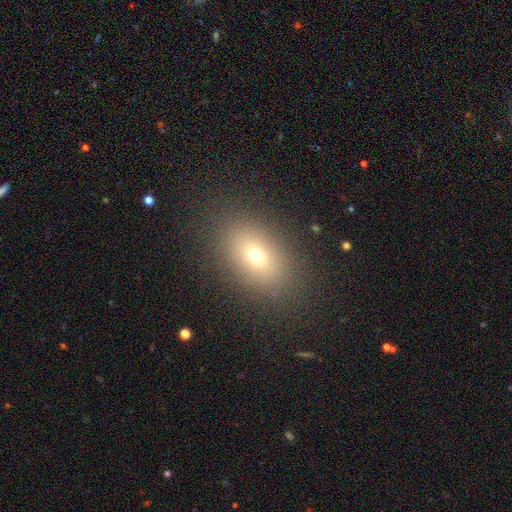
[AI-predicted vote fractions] smooth 69%, star or artifact 16%, featured or disk 15%. Down the decision tree: how rounded — in between (77%); merging — none (86%).